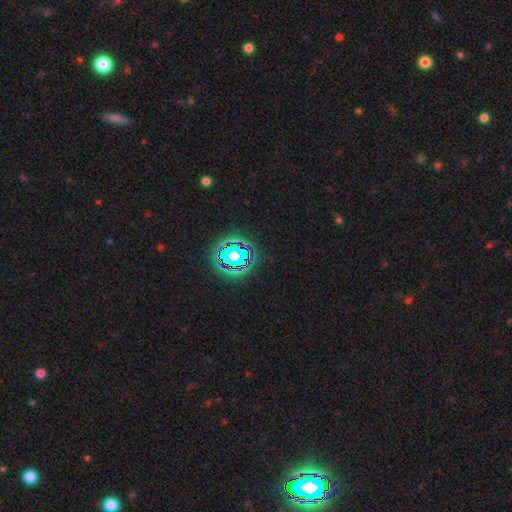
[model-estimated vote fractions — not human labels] Morphology: type=star or artifact (81%).